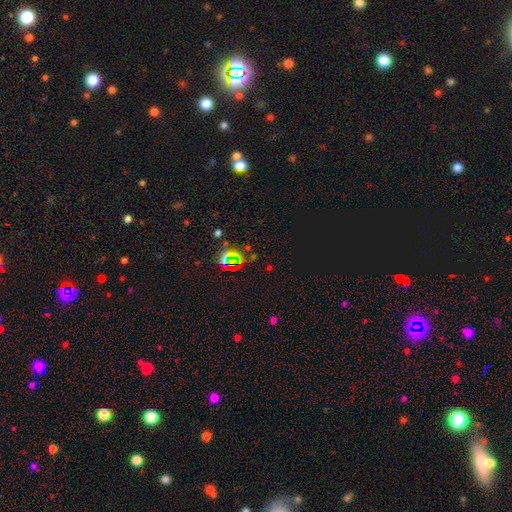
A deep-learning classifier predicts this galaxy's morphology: Smooth or featured? star or artifact (75%)